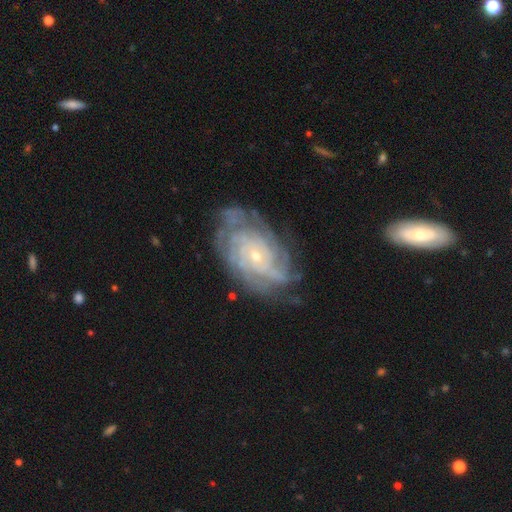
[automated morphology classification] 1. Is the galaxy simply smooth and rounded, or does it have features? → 87% featured or disk, 7% smooth, 6% star or artifact.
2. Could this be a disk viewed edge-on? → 96% no, 4% yes.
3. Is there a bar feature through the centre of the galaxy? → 77% no, 18% weak, 5% strong.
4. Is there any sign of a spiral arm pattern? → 96% yes, 4% no.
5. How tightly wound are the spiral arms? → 76% tight, 20% medium, 4% loose.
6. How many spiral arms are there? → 36% can't tell, 21% 4, 15% more than 4, 12% 3, 9% 2, 6% 1.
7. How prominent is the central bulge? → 75% small, 22% moderate, 1% large, 1% none, 1% dominant.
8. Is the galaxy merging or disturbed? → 72% none, 19% minor disturbance, 8% major disturbance, 2% merger.